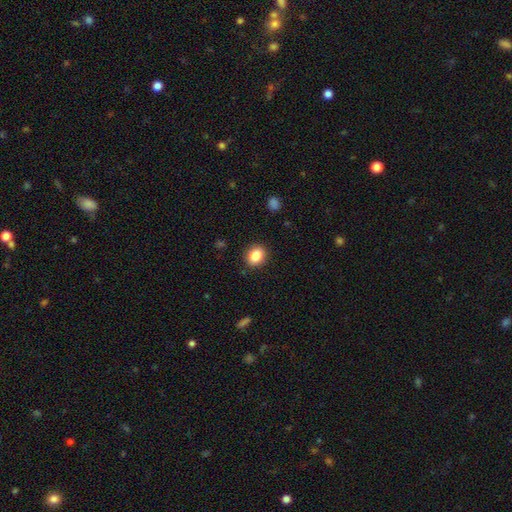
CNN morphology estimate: Smooth or featured? smooth (87%)
How rounded? in between (53%)
Merging? none (88%)